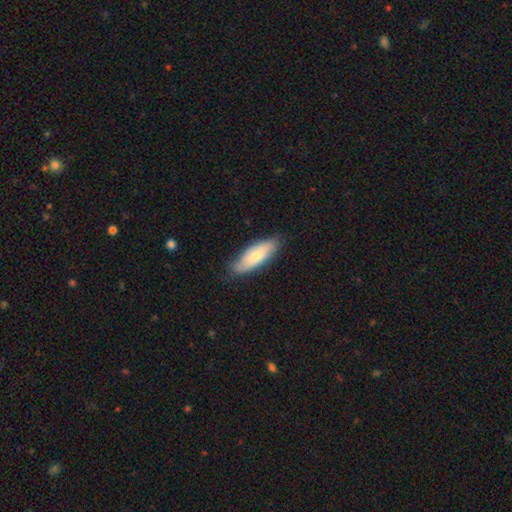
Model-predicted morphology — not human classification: A smooth galaxy with no disk features (69%) that is in between round and cigar-shaped (66%).

Vote fractions:
- Smooth or featured? smooth: 69% / featured or disk: 25% / star or artifact: 6%
- How rounded? in between: 66% / cigar-shaped: 32% / round: 2%
- Merging? none: 78% / minor disturbance: 18% / major disturbance: 3% / merger: 1%